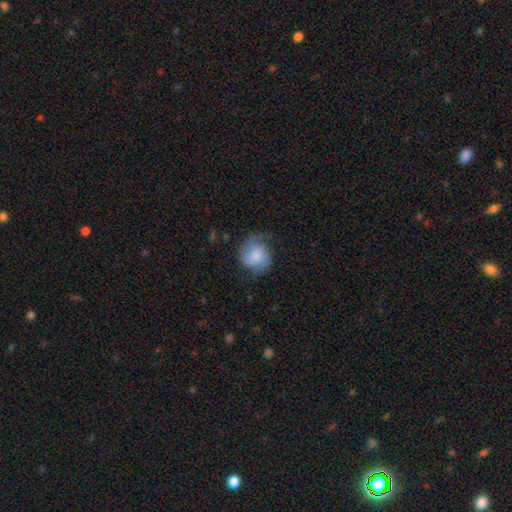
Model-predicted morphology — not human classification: This is possibly a featured or disk galaxy (53%). It is clearly not viewed edge-on (98%). Bar: likely no (71%). Spiral arm pattern: clearly yes (90%). Central bulge: marginally small (33%). Merging: likely none (61%).